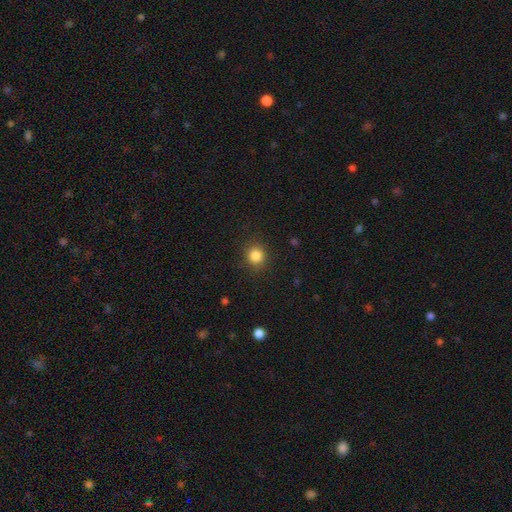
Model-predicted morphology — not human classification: Smooth or featured?
  - smooth: 84% *
  - star or artifact: 11%
  - featured or disk: 4%
How rounded?
  - round: 89% *
  - in between: 10%
  - cigar-shaped: 1%
Merging?
  - none: 89% *
  - minor disturbance: 7%
  - major disturbance: 3%
  - merger: 1%